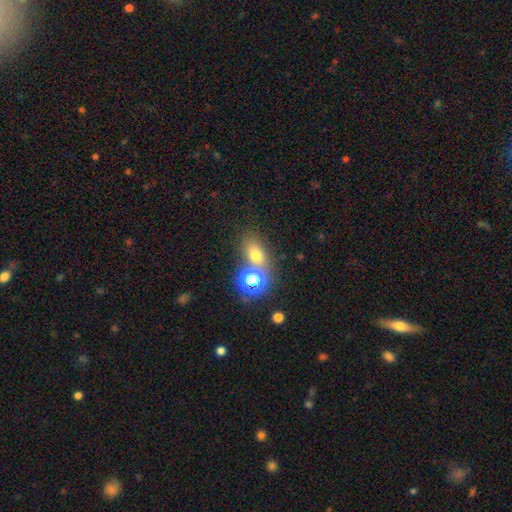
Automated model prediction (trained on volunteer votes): smooth 65%, star or artifact 23%, featured or disk 12%. Down the decision tree: how rounded — in between (60%); merging — none (57%).